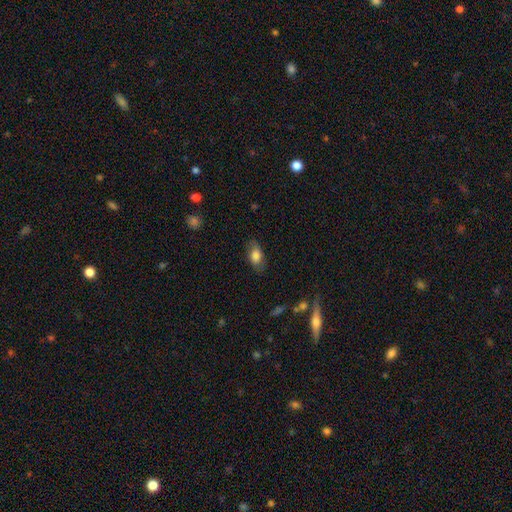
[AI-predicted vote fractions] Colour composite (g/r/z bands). It shows a smooth galaxy with no disk features (75%) that is in between round and cigar-shaped (88%). Merging: none (77%).